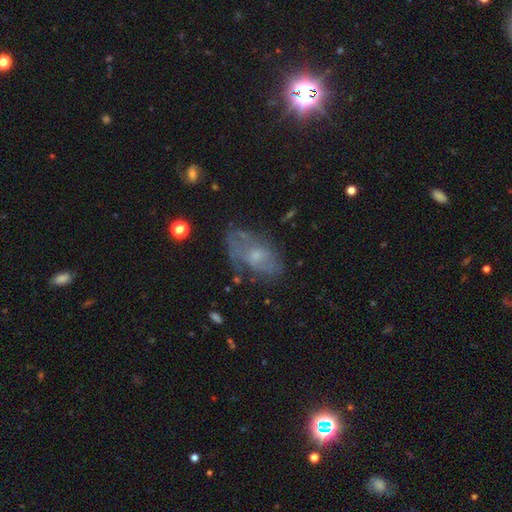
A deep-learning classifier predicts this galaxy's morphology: Smooth or featured?
  - featured or disk: 54% *
  - smooth: 35%
  - star or artifact: 11%
Edge-on disk?
  - no: 93% *
  - yes: 7%
Merging?
  - none: 54% *
  - minor disturbance: 25%
  - major disturbance: 17%
  - merger: 3%